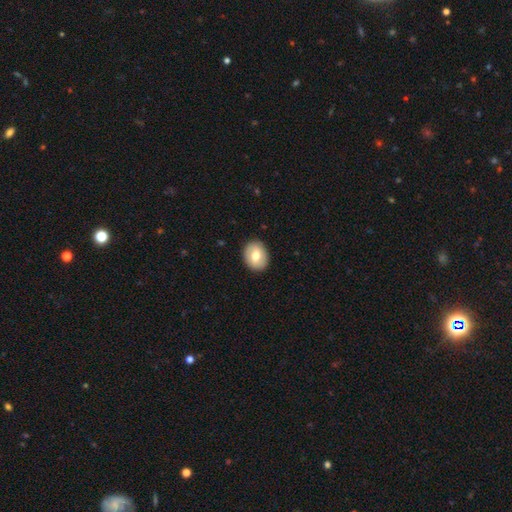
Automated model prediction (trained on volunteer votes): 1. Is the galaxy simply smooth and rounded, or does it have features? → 71% smooth, 22% featured or disk, 7% star or artifact.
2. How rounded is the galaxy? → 51% in between, 48% round, 1% cigar-shaped.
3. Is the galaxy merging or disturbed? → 89% none, 8% minor disturbance, 2% major disturbance, 1% merger.